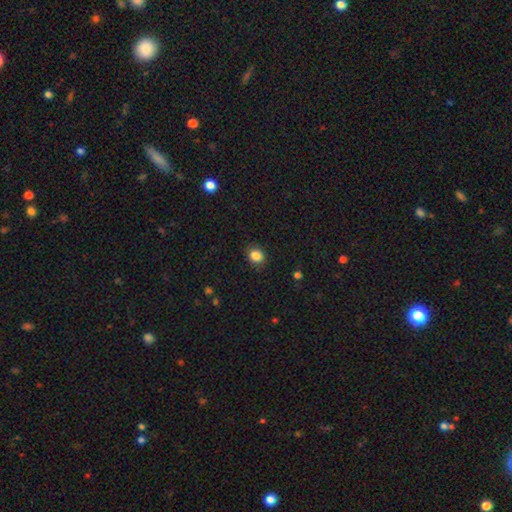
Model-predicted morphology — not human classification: Smooth or featured: smooth — 86% (star or artifact — 10%)
How rounded: round — 63% (in between — 36%)
Merging: none — 85% (minor disturbance — 11%)